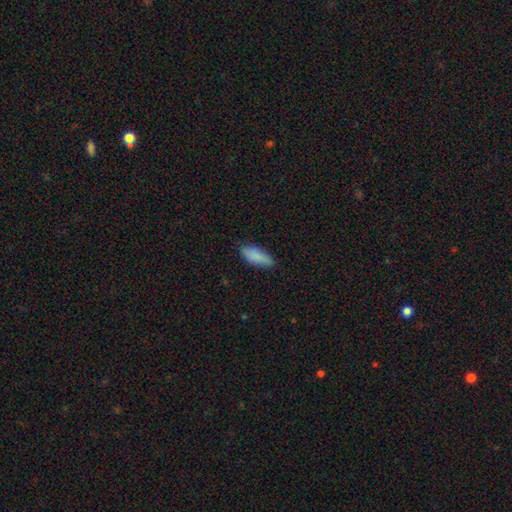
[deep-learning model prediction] Smooth or featured? Predicted: smooth (p=0.86). How rounded? Predicted: in between (p=0.72). Merging? Predicted: none (p=0.78).